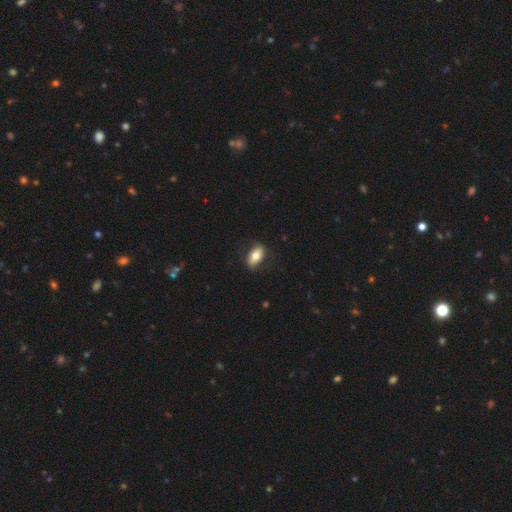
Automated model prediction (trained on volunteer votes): smooth_or_featured: smooth (p=0.74) [alt: featured or disk p=0.20]
how_rounded: in between (p=0.89) [alt: cigar-shaped p=0.06]
merging: none (p=0.82) [alt: minor disturbance p=0.14]